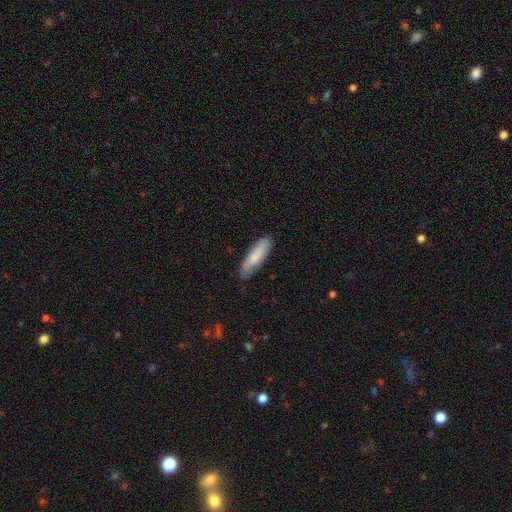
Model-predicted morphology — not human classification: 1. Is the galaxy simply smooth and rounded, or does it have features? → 76% smooth, 18% featured or disk, 6% star or artifact.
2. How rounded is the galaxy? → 64% cigar-shaped, 34% in between, 2% round.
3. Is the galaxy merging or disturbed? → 83% none, 14% minor disturbance, 2% major disturbance, 1% merger.